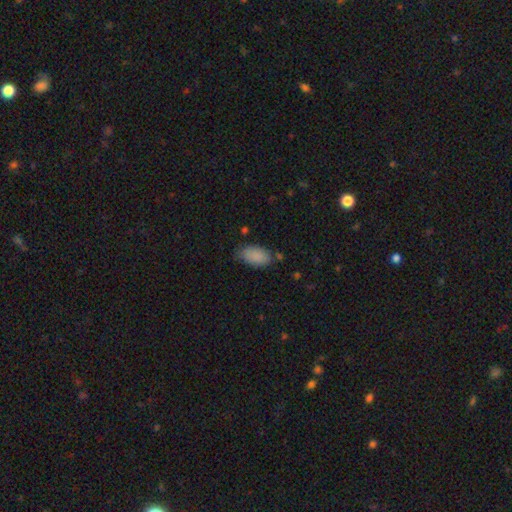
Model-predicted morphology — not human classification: Smooth or featured? smooth (88%)
How rounded? in between (93%)
Merging? none (67%)